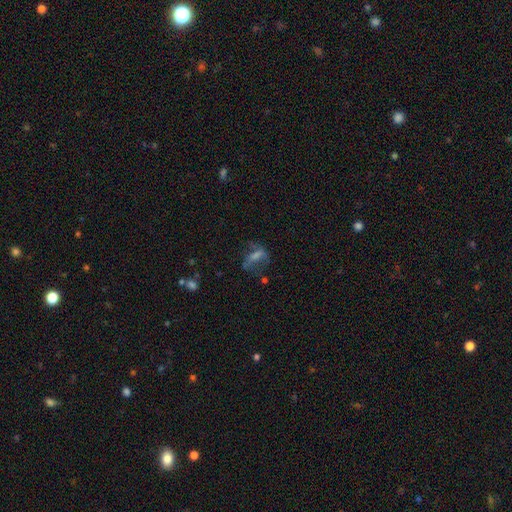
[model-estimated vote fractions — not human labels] featured or disk 42%, smooth 34%, star or artifact 24%. Down the decision tree: merging — none (47%).